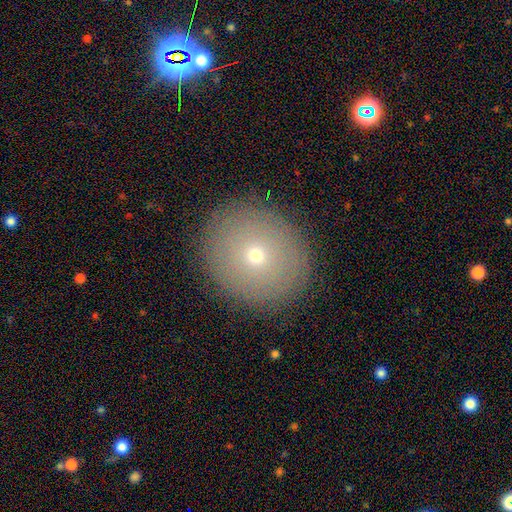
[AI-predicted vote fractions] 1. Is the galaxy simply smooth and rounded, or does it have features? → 68% smooth, 18% featured or disk, 15% star or artifact.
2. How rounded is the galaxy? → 81% round, 18% in between, 1% cigar-shaped.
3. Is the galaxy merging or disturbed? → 90% none, 6% minor disturbance, 2% major disturbance, 1% merger.